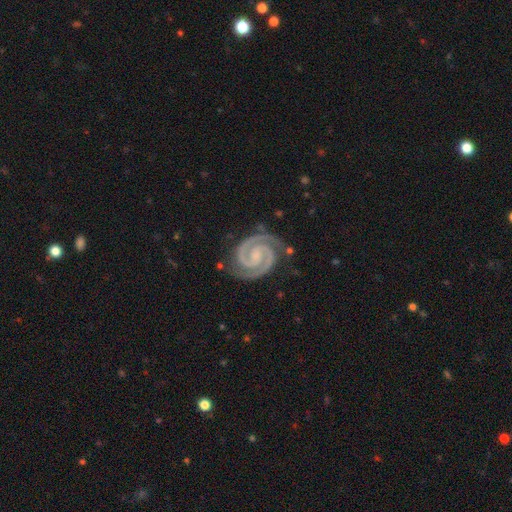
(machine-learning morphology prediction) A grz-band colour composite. It shows a featured or disk galaxy (94%) with no bar (44%), 2 (94%) tight (71%) spiral arms (99%) and a small central bulge (46%). Merging: none (83%).